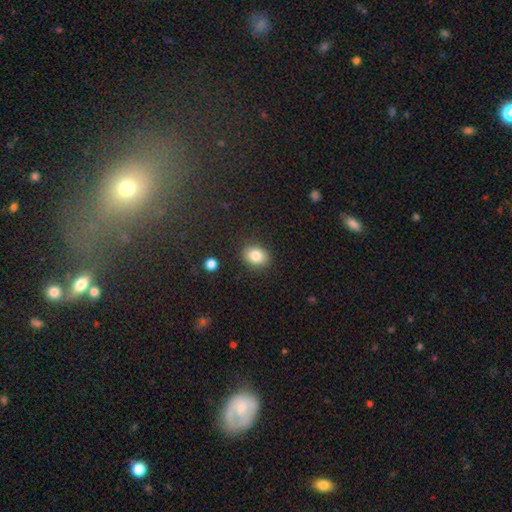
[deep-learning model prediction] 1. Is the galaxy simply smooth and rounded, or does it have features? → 84% smooth, 9% star or artifact, 7% featured or disk.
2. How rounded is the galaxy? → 54% in between, 45% round, 1% cigar-shaped.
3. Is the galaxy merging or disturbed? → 86% none, 10% minor disturbance, 3% major disturbance, 2% merger.